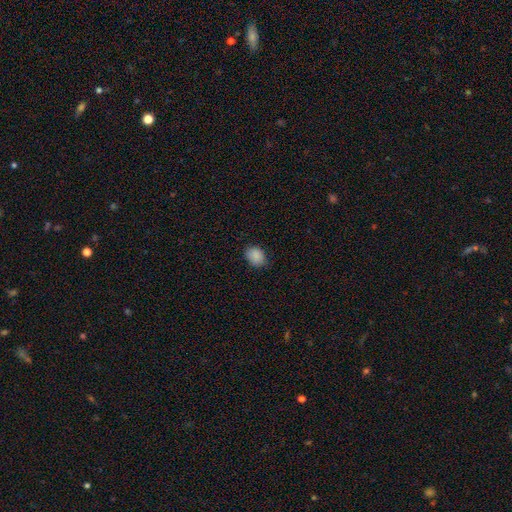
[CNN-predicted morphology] smooth-or-featured: smooth: 88% | star or artifact: 9% | featured or disk: 3%
  how-rounded: in between: 58% | round: 41% | cigar-shaped: 1%
  merging: none: 80% | minor disturbance: 16% | major disturbance: 3% | merger: 1%